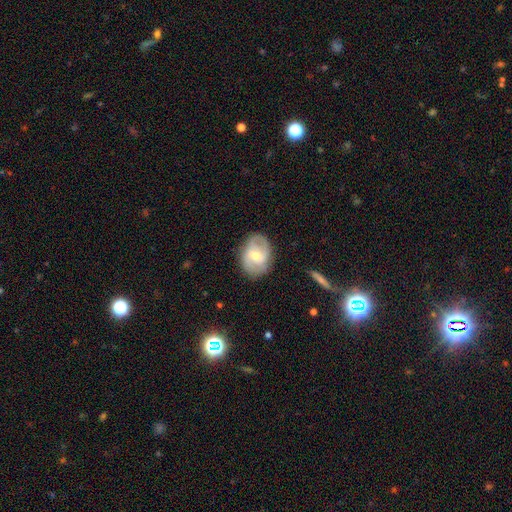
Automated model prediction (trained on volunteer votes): Smooth or featured?
  - featured or disk: 62% *
  - smooth: 31%
  - star or artifact: 7%
Edge-on disk?
  - no: 96% *
  - yes: 4%
Bar?
  - weak: 49% *
  - no: 33%
  - strong: 18%
Spiral arms?
  - yes: 80% *
  - no: 20%
Bulge size?
  - moderate: 57% *
  - small: 38%
  - large: 3%
  - none: 1%
  - dominant: 1%
Merging?
  - none: 79% *
  - minor disturbance: 15%
  - major disturbance: 5%
  - merger: 1%